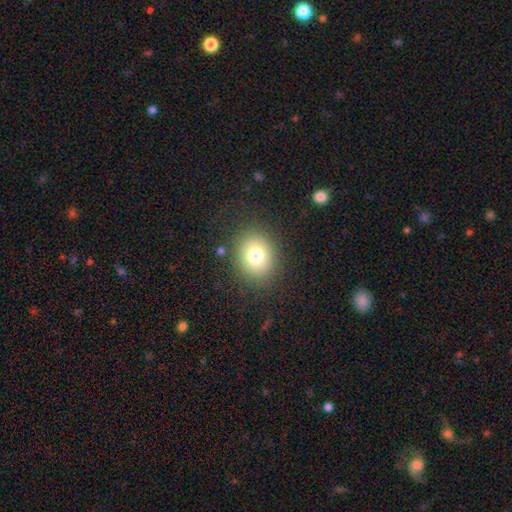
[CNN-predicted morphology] Q: Smooth or featured?
A: smooth (75%); runner-up: star or artifact (13%)
Q: How rounded?
A: round (64%); runner-up: in between (35%)
Q: Merging?
A: none (85%); runner-up: minor disturbance (9%)